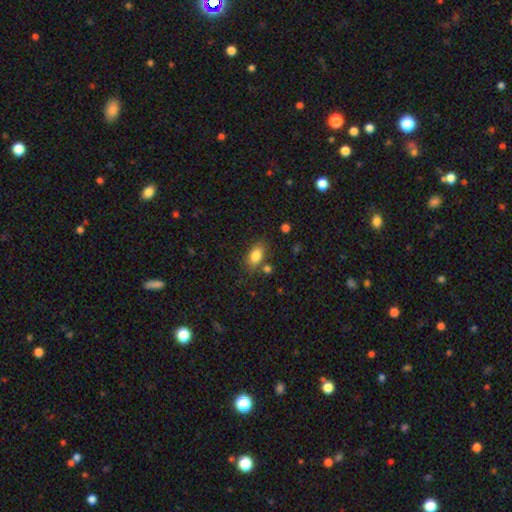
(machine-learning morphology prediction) Smooth or featured? Predicted: smooth (p=0.83). How rounded? Predicted: in between (p=0.87). Merging? Predicted: none (p=0.73).